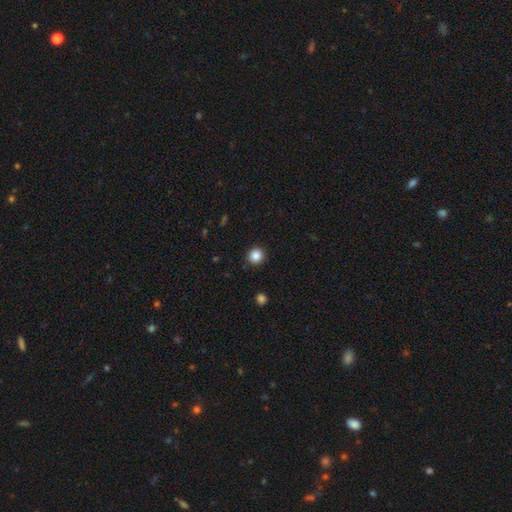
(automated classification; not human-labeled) Morphology: type=smooth (85%); roundness=round (93%); merging=none (92%).